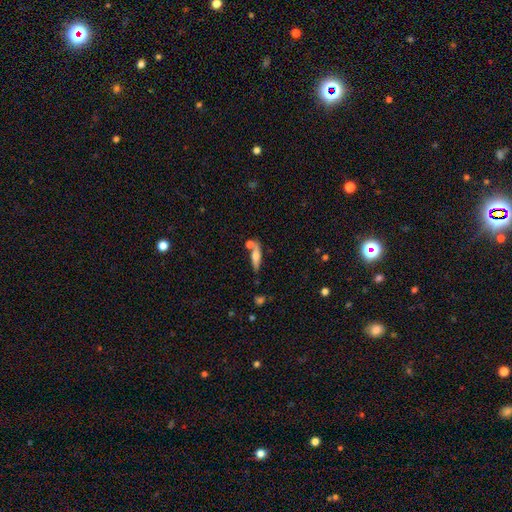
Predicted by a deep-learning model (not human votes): A smooth galaxy with no disk features (55%) that is cigar-shaped (69%). Merging: none (65%).